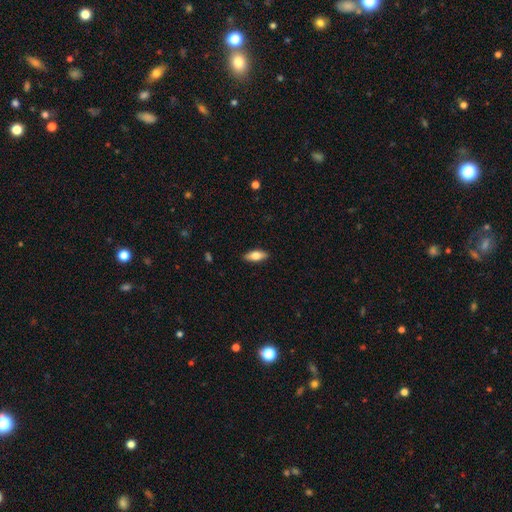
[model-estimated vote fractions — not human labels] This appears to be a smooth galaxy with no disk features (70%) that is in between round and cigar-shaped (77%). Merging: none (89%).